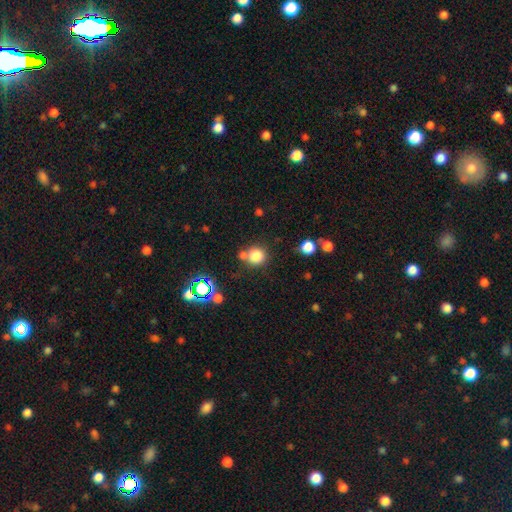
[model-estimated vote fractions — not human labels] The model was most divided on "merging": none: 67%, merger: 19%, minor disturbance: 10%, major disturbance: 4%. More confident: how rounded — round (91%); smooth or featured — smooth (80%).